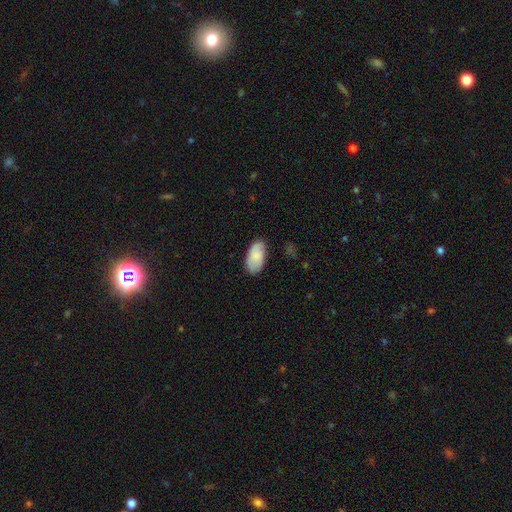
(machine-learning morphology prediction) Overall: smooth (78%). How rounded: in between (95%). Merging: none (73%).